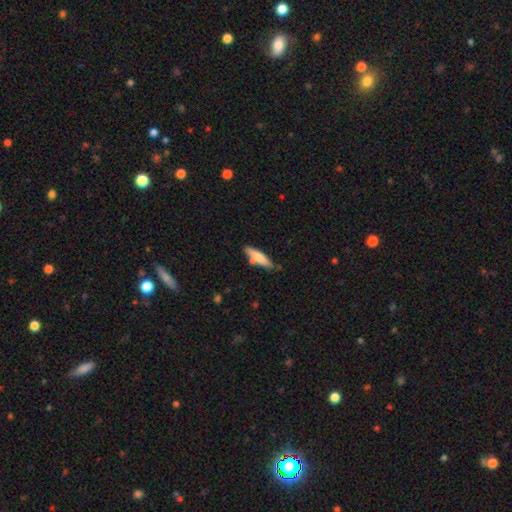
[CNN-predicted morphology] Smooth or featured? smooth (74%)
How rounded? cigar-shaped (76%)
Merging? none (70%)